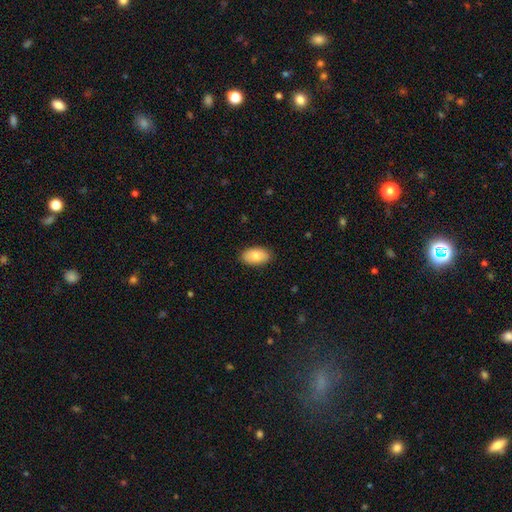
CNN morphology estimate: Q: Smooth or featured?
A: smooth (83%); runner-up: featured or disk (11%)
Q: How rounded?
A: in between (94%); runner-up: round (5%)
Q: Merging?
A: none (87%); runner-up: minor disturbance (10%)